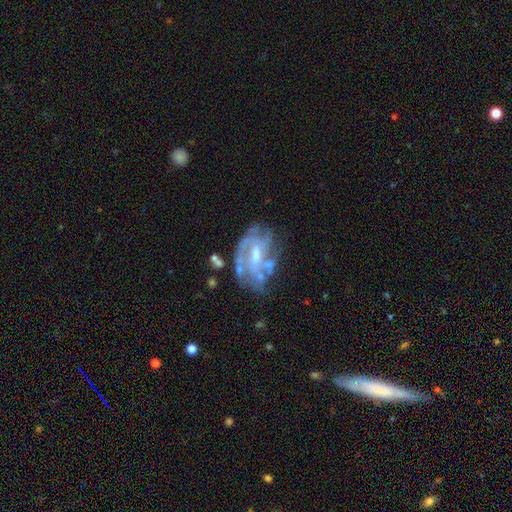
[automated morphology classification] smooth-or-featured: featured or disk: 80% | smooth: 12% | star or artifact: 8%
  disk-edge-on: no: 96% | yes: 4%
    bar: weak: 47% | no: 29% | strong: 24%
    has-spiral-arms: yes: 73% | no: 27%
      spiral-winding: tight: 46% | medium: 39% | loose: 15%
      spiral-arm-count: can't tell: 42% | 2: 25% | 3: 18% | 4: 7% | 1: 6% | more than 4: 3%
    bulge-size: moderate: 46% | small: 34% | none: 15% | large: 4% | dominant: 1%
  merging: none: 49% | minor disturbance: 23% | major disturbance: 19% | merger: 9%